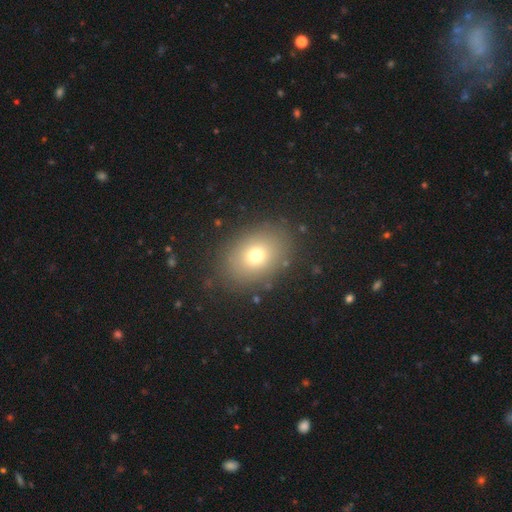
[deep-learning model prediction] smooth-or-featured: smooth: 72% | star or artifact: 14% | featured or disk: 13%
  how-rounded: in between: 64% | round: 35% | cigar-shaped: 1%
  merging: none: 86% | minor disturbance: 9% | major disturbance: 4% | merger: 1%